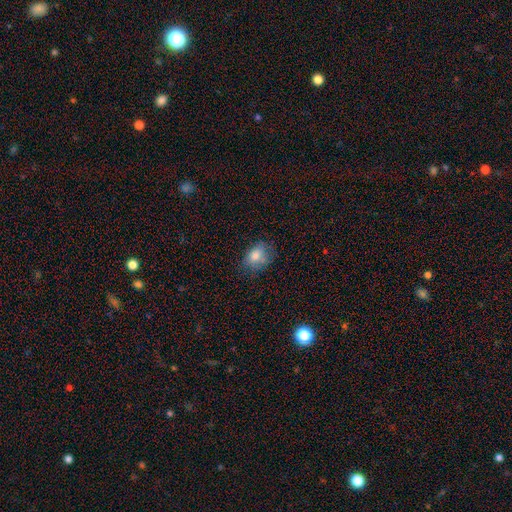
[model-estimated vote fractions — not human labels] smooth 79%, featured or disk 11%, star or artifact 10%. Down the decision tree: how rounded — in between (70%); merging — none (60%).